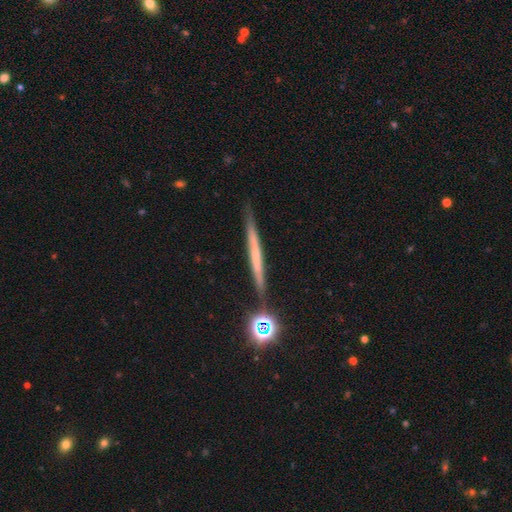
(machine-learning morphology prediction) smooth_or_featured: featured or disk (p=0.50) [alt: smooth p=0.40]
merging: none (p=0.85) [alt: minor disturbance p=0.09]